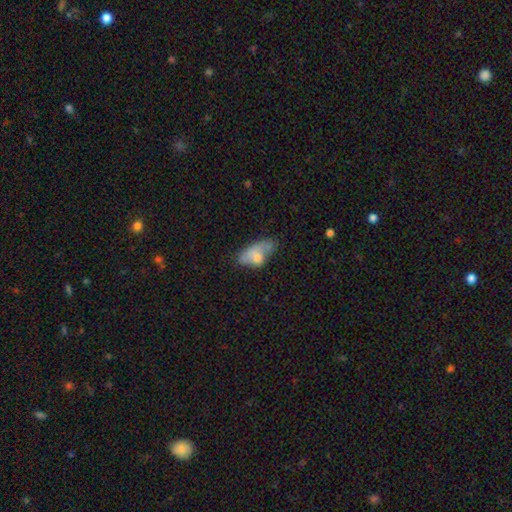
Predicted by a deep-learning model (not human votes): smooth-or-featured: smooth: 65% | featured or disk: 26% | star or artifact: 9%
  how-rounded: in between: 87% | cigar-shaped: 7% | round: 6%
  merging: minor disturbance: 28% (tied) | none: 28% (tied) | major disturbance: 26% | merger: 17%